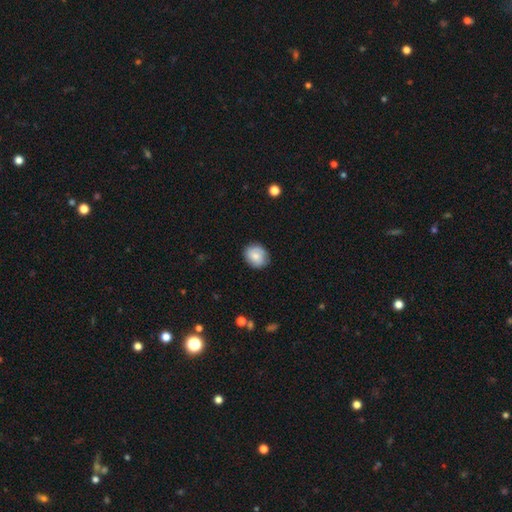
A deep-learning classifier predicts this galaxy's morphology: Q: Smooth or featured?
A: smooth (73%); runner-up: featured or disk (19%)
Q: How rounded?
A: round (65%); runner-up: in between (34%)
Q: Merging?
A: none (82%); runner-up: minor disturbance (14%)